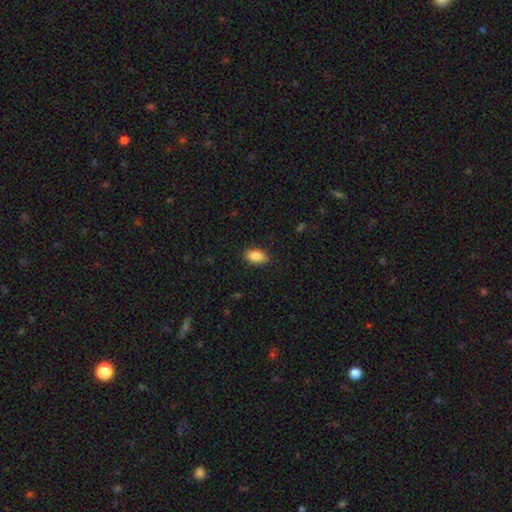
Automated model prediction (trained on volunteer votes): The model was most divided on "merging": none: 85%, minor disturbance: 12%, major disturbance: 2%, merger: 1%. More confident: how rounded — in between (91%); smooth or featured — smooth (87%).